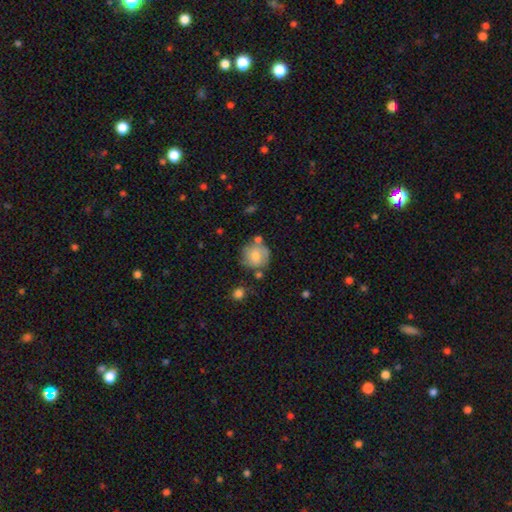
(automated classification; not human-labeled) smooth-or-featured: smooth: 67% | featured or disk: 25% | star or artifact: 8%
  how-rounded: round: 86% | in between: 13% | cigar-shaped: 1%
  merging: none: 59% | minor disturbance: 21% | merger: 12% | major disturbance: 8%